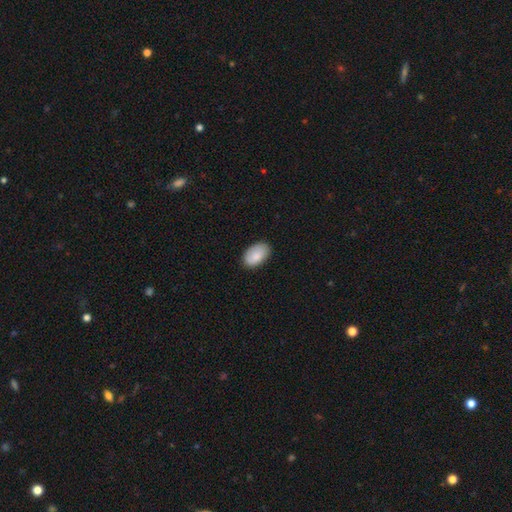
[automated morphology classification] Overall: smooth (86%). How rounded: in between (93%). Merging: none (84%).